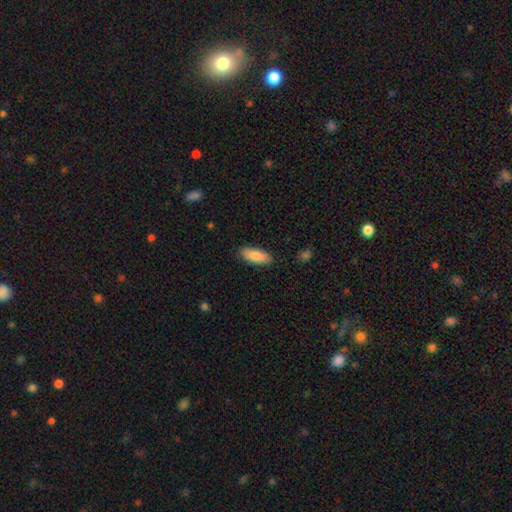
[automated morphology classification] Smooth or featured: smooth — 85% (featured or disk — 10%)
How rounded: in between — 76% (cigar-shaped — 22%)
Merging: none — 87% (minor disturbance — 10%)